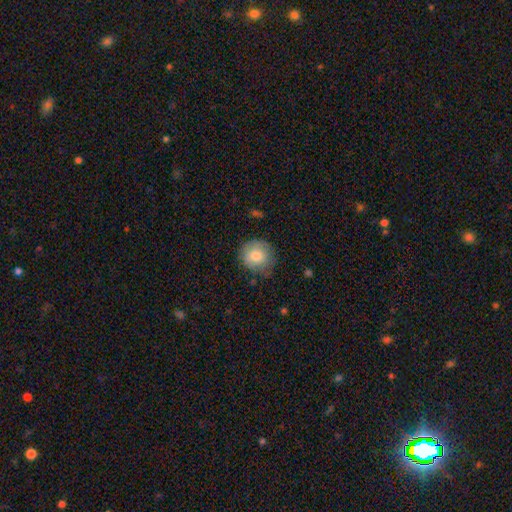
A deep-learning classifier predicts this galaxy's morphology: Smooth or featured?
  - smooth: 80% *
  - featured or disk: 12%
  - star or artifact: 8%
How rounded?
  - round: 88% *
  - in between: 12%
  - cigar-shaped: 1%
Merging?
  - none: 73% *
  - minor disturbance: 21%
  - major disturbance: 5%
  - merger: 1%